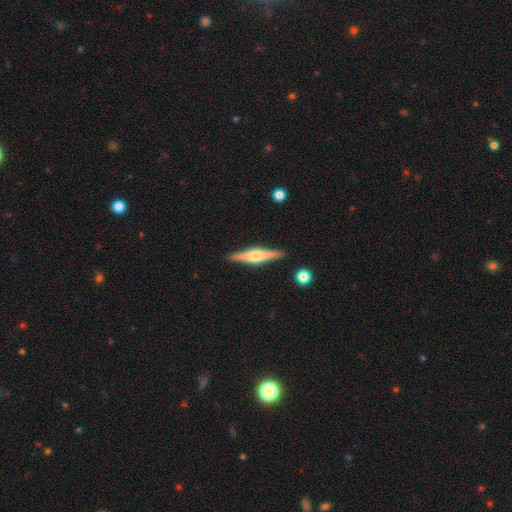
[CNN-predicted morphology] This appears to be a featured or disk galaxy (70%) viewed edge-on (97%) with a rounded central bulge (88%). Merging: none (90%).